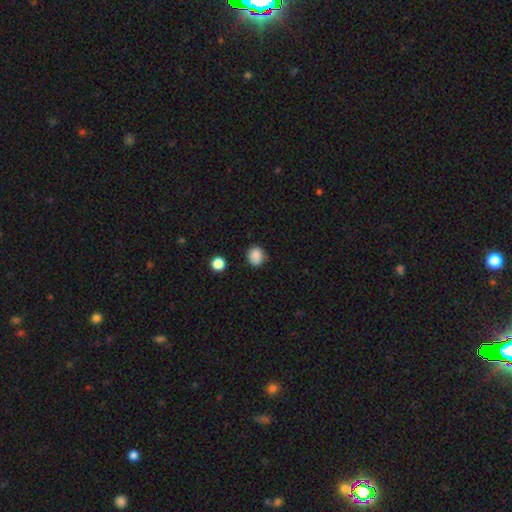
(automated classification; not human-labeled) smooth_or_featured: smooth (p=0.86) [alt: star or artifact p=0.10]
how_rounded: round (p=0.71) [alt: in between p=0.28]
merging: none (p=0.79) [alt: minor disturbance p=0.15]